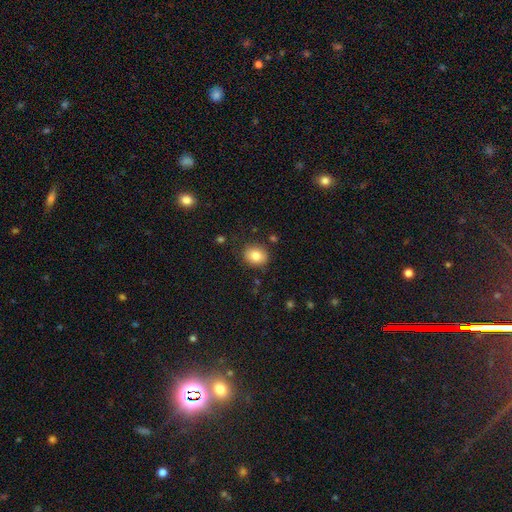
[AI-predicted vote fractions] Smooth or featured? smooth (83%)
How rounded? round (54%)
Merging? none (85%)